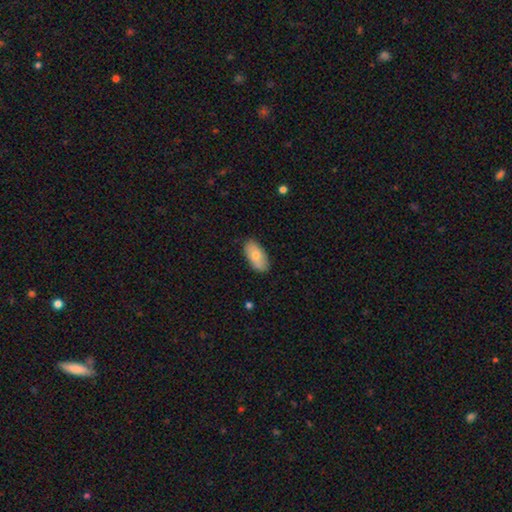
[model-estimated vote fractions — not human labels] Overall: smooth (76%). How rounded: in between (93%). Merging: none (84%).